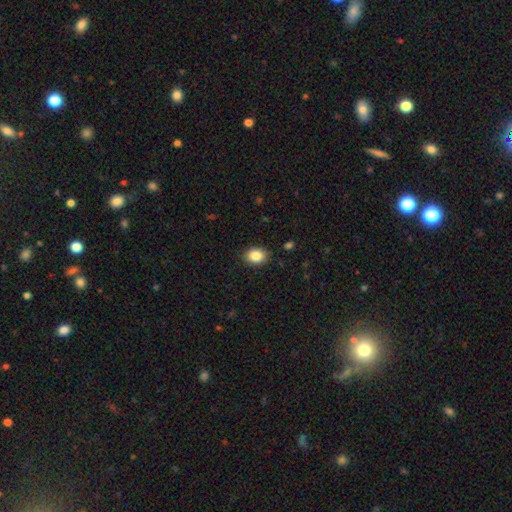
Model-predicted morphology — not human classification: Smooth or featured? Predicted: smooth (p=0.86). How rounded? Predicted: in between (p=0.63). Merging? Predicted: none (p=0.88).